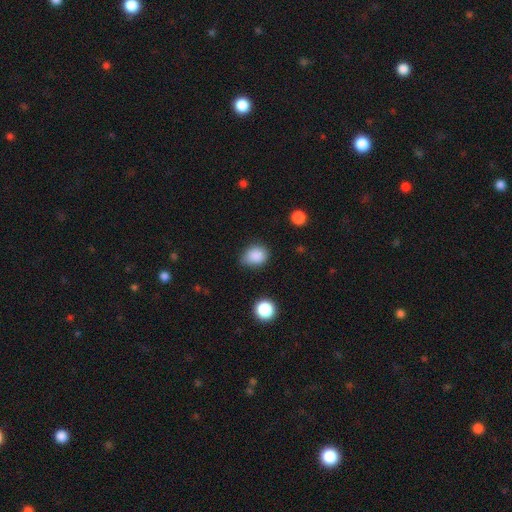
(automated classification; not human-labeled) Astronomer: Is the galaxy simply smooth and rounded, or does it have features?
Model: smooth — 86%.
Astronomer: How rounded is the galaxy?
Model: round — 53% (runner-up: in between, 46%).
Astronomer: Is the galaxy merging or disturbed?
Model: none — 64%.